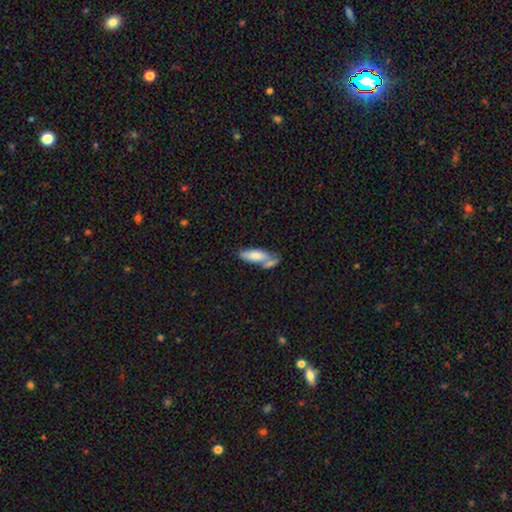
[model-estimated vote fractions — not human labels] Overall: smooth (76%). How rounded: in between (67%; cigar-shaped 31%). Merging: merger (40%; none 37%).